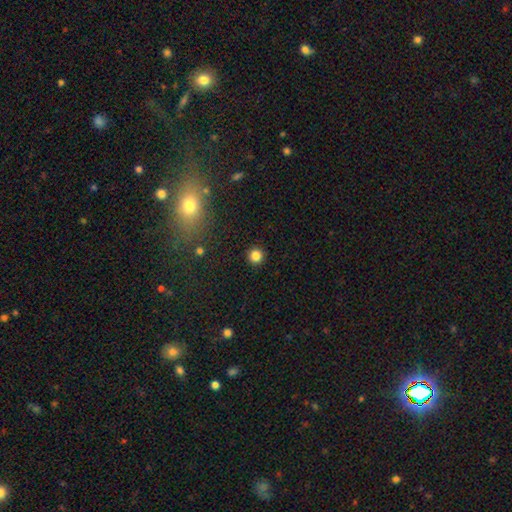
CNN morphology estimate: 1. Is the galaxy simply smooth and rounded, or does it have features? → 84% smooth, 12% star or artifact, 4% featured or disk.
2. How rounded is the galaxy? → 95% round, 4% in between, 1% cigar-shaped.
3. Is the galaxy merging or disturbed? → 93% none, 4% minor disturbance, 2% major disturbance, 1% merger.